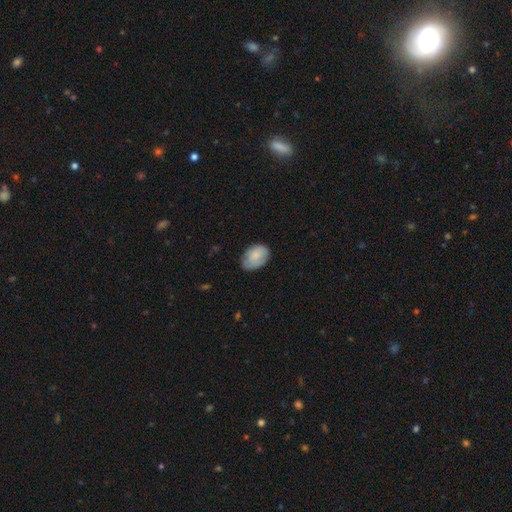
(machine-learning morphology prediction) Smooth or featured? Predicted: smooth (p=0.78). How rounded? Predicted: in between (p=0.83). Merging? Predicted: none (p=0.68).